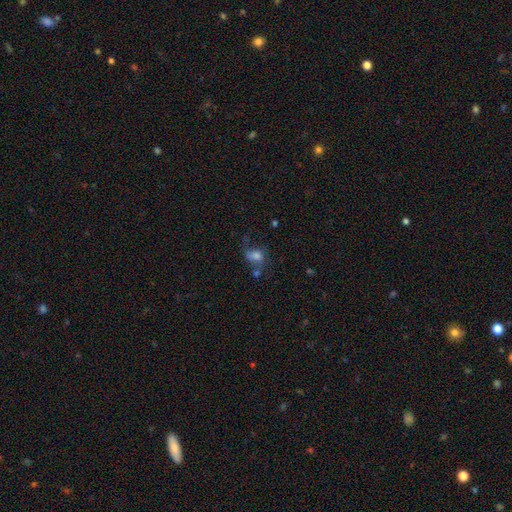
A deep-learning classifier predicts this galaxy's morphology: Q: Smooth or featured?
A: smooth (62%); runner-up: featured or disk (23%)
Q: How rounded?
A: in between (53%); runner-up: round (46%)
Q: Merging?
A: none (39%); runner-up: minor disturbance (25%)